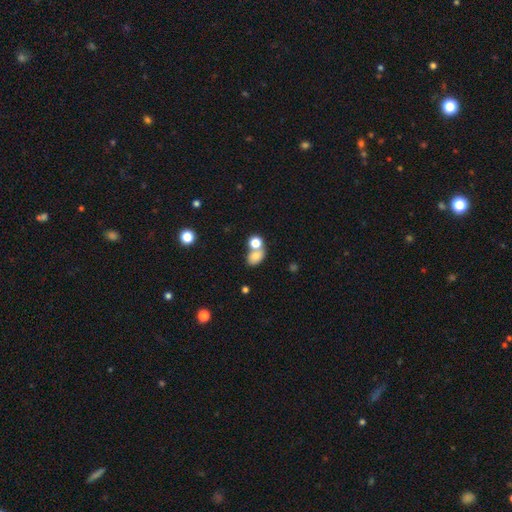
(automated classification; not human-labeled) Overall: smooth (77%). How rounded: in between (67%; round 31%). Merging: merger (44%; none 40%).